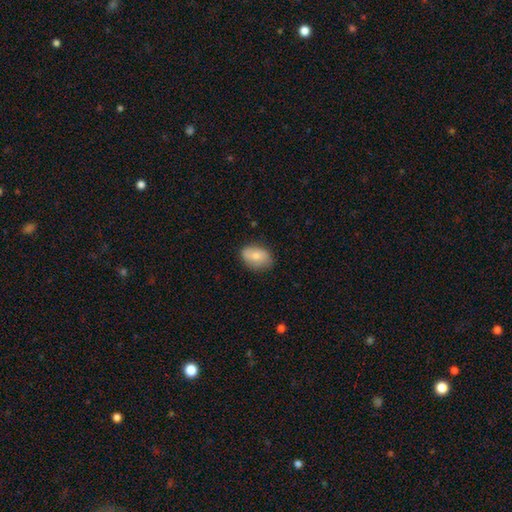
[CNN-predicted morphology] A smooth galaxy with no disk features (71%) that is in between round and cigar-shaped (81%). Merging: none (78%).